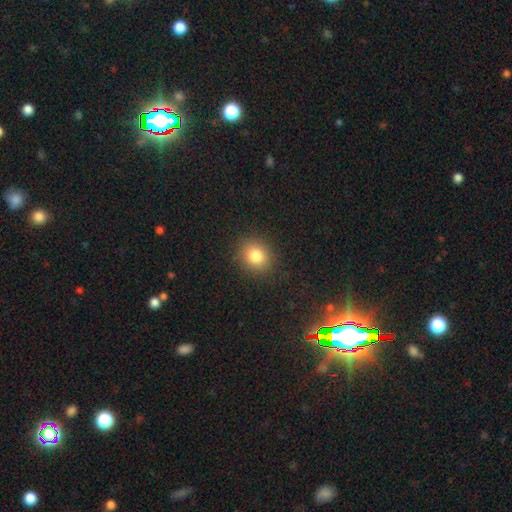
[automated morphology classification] smooth 82%, star or artifact 12%, featured or disk 7%. Down the decision tree: how rounded — round (72%); merging — none (89%).